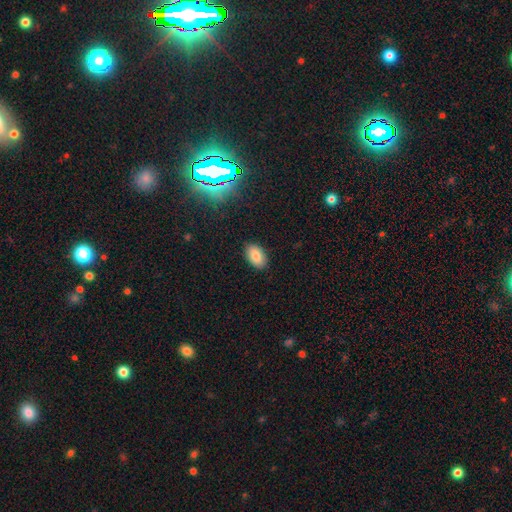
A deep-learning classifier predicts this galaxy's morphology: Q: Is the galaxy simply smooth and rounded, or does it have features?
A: smooth — 83%.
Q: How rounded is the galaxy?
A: in between — 91%.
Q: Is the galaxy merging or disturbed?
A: none — 88%.